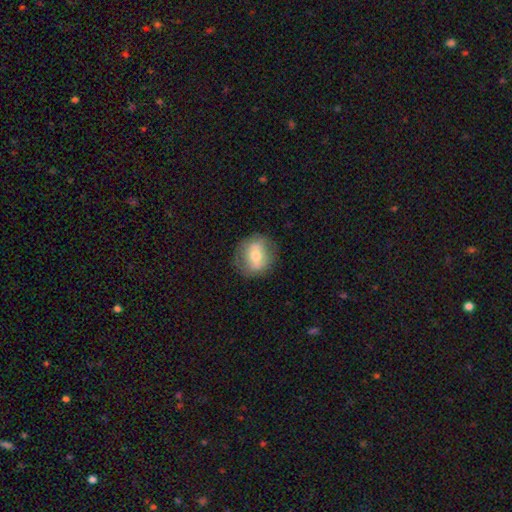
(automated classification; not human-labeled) Smooth or featured? Predicted: smooth (p=0.56). How rounded? Predicted: round (p=0.74). Merging? Predicted: none (p=0.80).